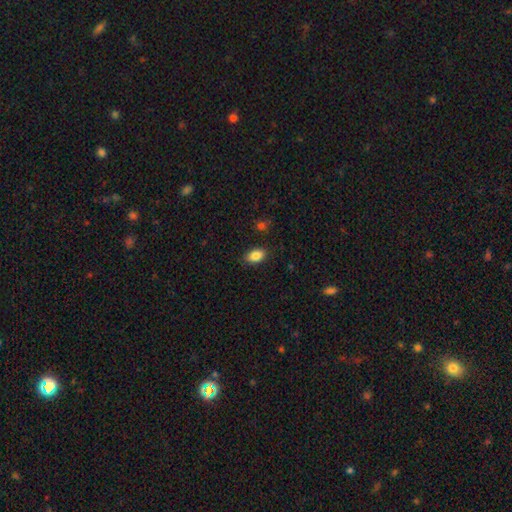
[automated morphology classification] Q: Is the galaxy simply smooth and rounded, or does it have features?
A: smooth — 86%.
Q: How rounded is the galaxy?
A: in between — 90%.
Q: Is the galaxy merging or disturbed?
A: none — 86%.